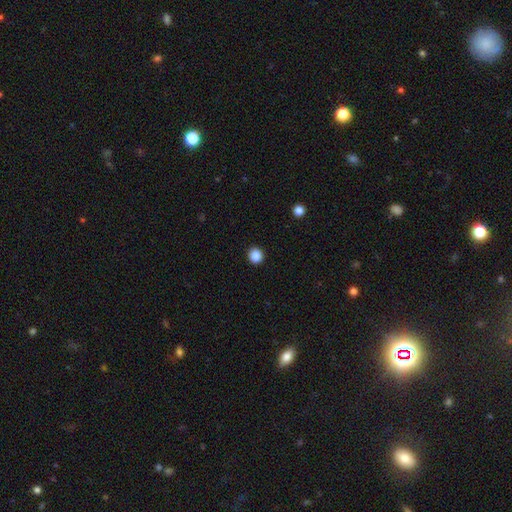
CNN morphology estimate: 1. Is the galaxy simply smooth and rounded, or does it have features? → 87% smooth, 10% star or artifact, 3% featured or disk.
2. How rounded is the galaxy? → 89% round, 10% in between, 1% cigar-shaped.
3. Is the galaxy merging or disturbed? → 92% none, 5% minor disturbance, 2% major disturbance, 1% merger.